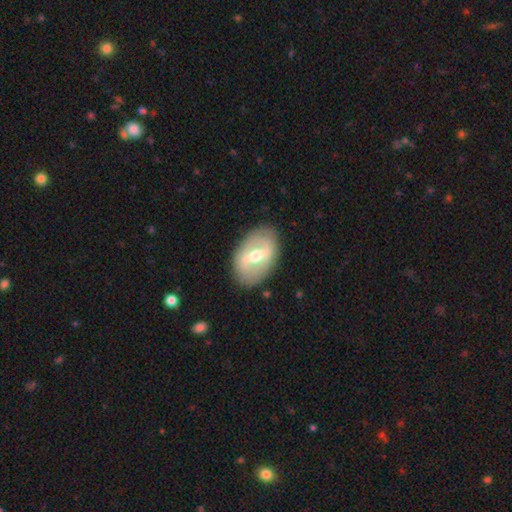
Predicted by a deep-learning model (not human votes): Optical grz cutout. It shows a featured or disk galaxy (69%) with a strong bar (61%), no spiral arms (67%) and a moderate central bulge (72%). Merging: none (84%).